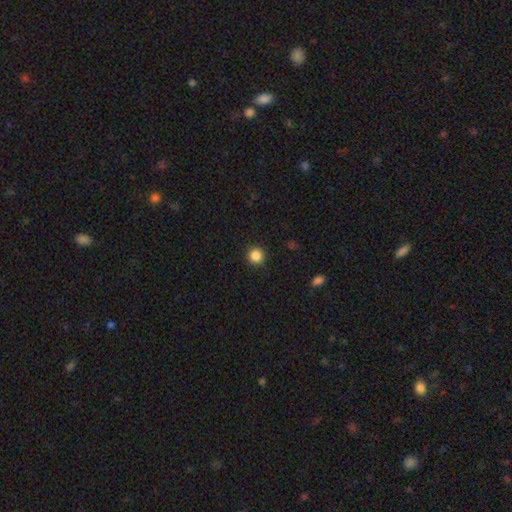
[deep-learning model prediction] Overall: smooth (86%). How rounded: round (96%). Merging: none (93%).